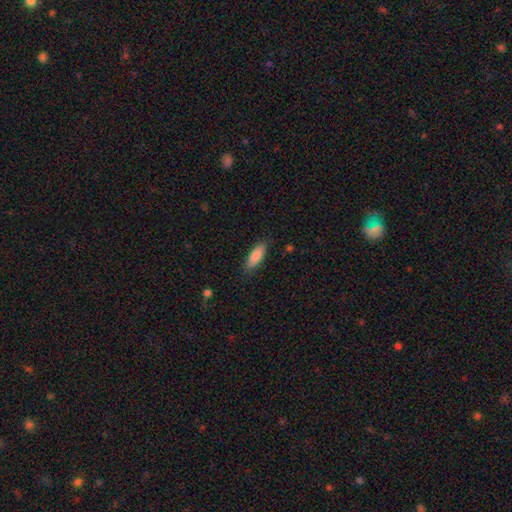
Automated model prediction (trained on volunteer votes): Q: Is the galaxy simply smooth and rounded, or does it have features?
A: smooth — 85%.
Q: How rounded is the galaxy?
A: in between — 59%.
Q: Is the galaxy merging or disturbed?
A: none — 83%.